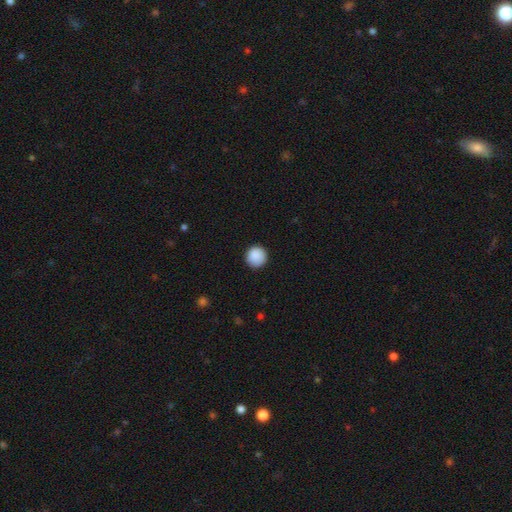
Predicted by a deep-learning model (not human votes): A smooth galaxy with no disk features (90%) that is round (94%). Merging: none (91%).